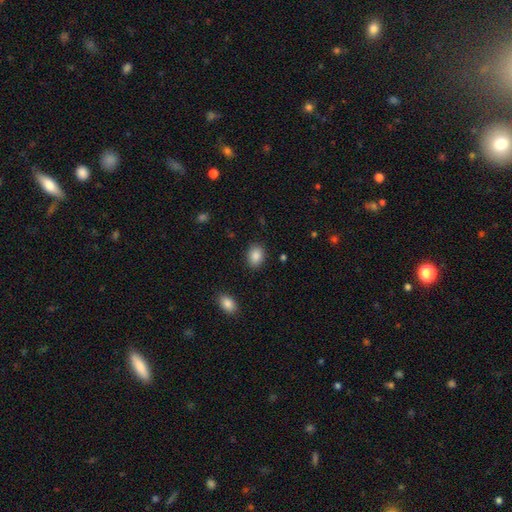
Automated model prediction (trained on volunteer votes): The model was most divided on "how rounded": in between: 72%, round: 27%, cigar-shaped: 1%. More confident: smooth or featured — smooth (87%); merging — none (87%).